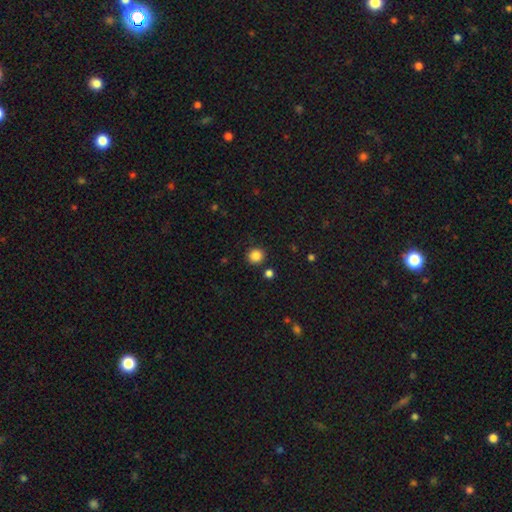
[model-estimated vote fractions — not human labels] A smooth galaxy with no disk features (86%) that is round (92%). Merging: none (88%).